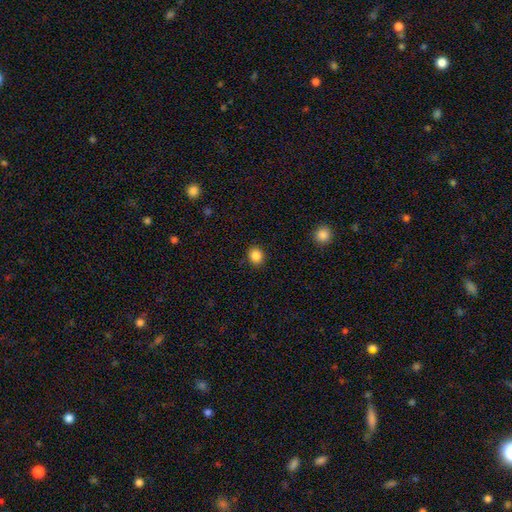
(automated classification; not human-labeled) Morphology: type=smooth (86%); roundness=round (76%); merging=none (89%).